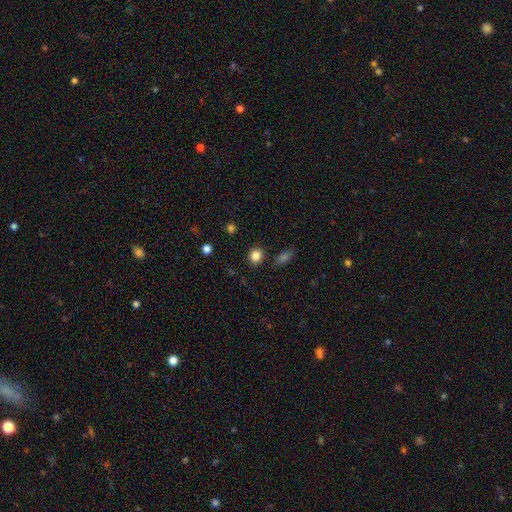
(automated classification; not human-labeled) Smooth or featured: smooth — 84% (star or artifact — 12%)
How rounded: round — 85% (in between — 14%)
Merging: none — 87% (minor disturbance — 7%)